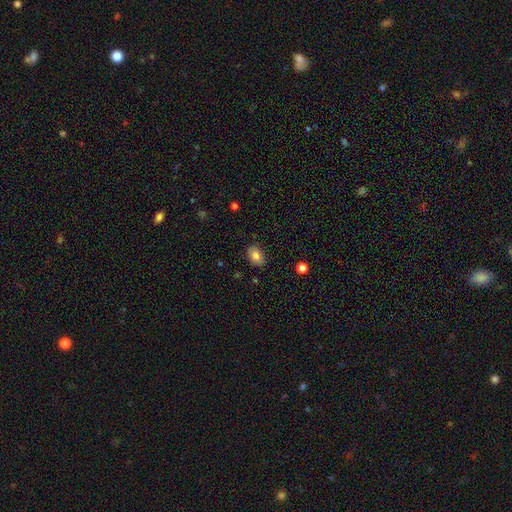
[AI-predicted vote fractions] This is clearly a smooth galaxy (82%). How rounded: clearly in between (81%). Merging: clearly none (85%).